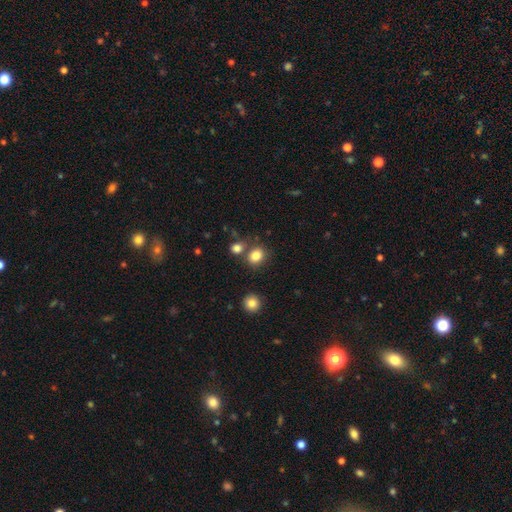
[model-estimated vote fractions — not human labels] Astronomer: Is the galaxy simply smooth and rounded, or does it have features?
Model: smooth — 83%.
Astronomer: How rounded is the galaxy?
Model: round — 65%.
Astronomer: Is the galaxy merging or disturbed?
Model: none — 71%.